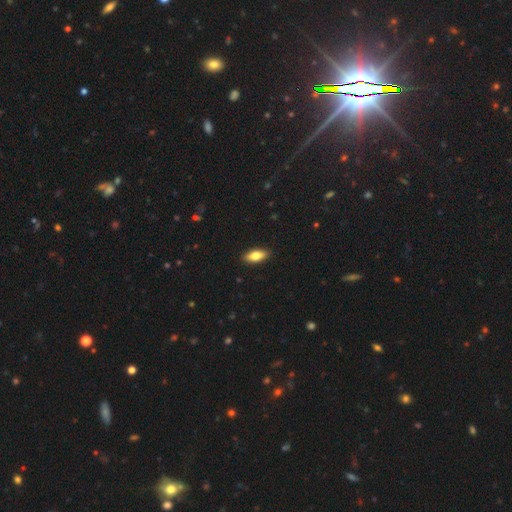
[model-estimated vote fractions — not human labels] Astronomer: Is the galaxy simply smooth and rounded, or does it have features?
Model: smooth — 76%.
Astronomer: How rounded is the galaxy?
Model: in between — 78%.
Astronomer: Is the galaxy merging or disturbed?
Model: none — 90%.